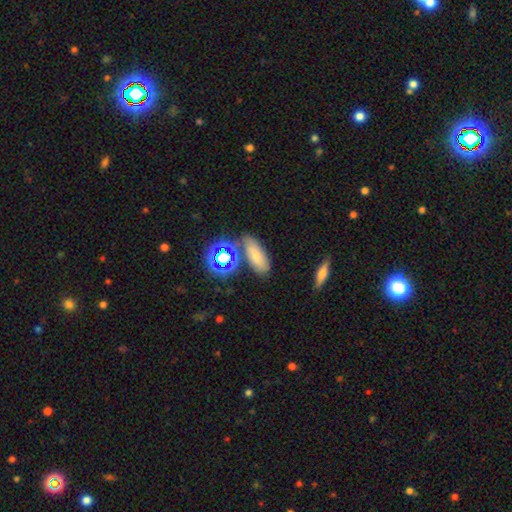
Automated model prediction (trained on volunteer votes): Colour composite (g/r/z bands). It shows a smooth galaxy with no disk features (64%) that is in between round and cigar-shaped (78%). Merging: none (67%).